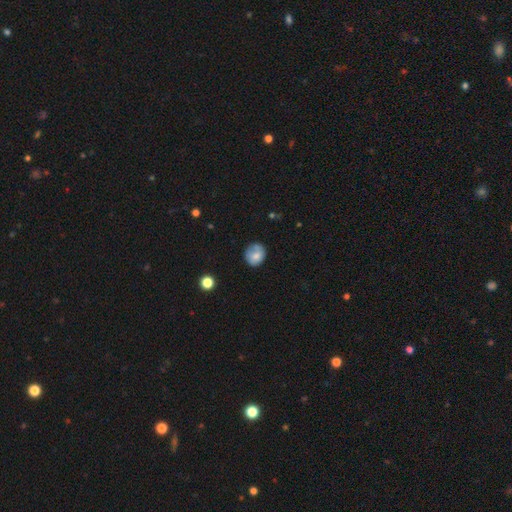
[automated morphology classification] The model was most divided on "merging": none: 61%, minor disturbance: 27%, major disturbance: 8%, merger: 4%. More confident: smooth or featured — smooth (72%); how rounded — round (70%).